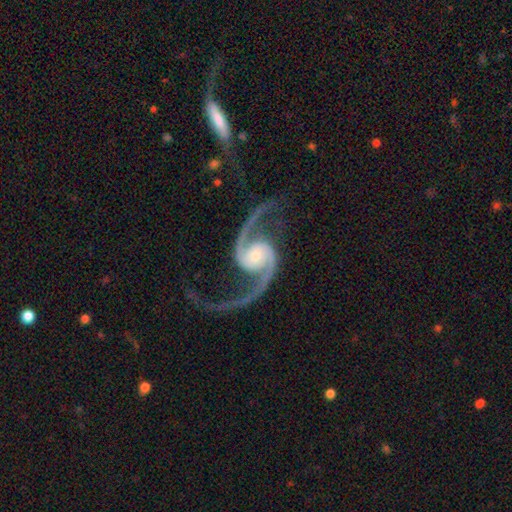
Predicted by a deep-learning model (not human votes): smooth-or-featured: featured or disk: 95% | star or artifact: 3% | smooth: 2%
  disk-edge-on: no: 98% | yes: 2%
    bar: no: 59% | weak: 29% | strong: 13%
    has-spiral-arms: yes: 99% | no: 1%
      spiral-winding: loose: 65% | medium: 27% | tight: 7%
      spiral-arm-count: 2: 95% | 1: 1% | can't tell: 1% | 3: 1% | 4: 1% | more than 4: 1%
    bulge-size: small: 47% | moderate: 37% | large: 7% | none: 6% | dominant: 2%
  merging: none: 72% | major disturbance: 13% | minor disturbance: 12% | merger: 3%